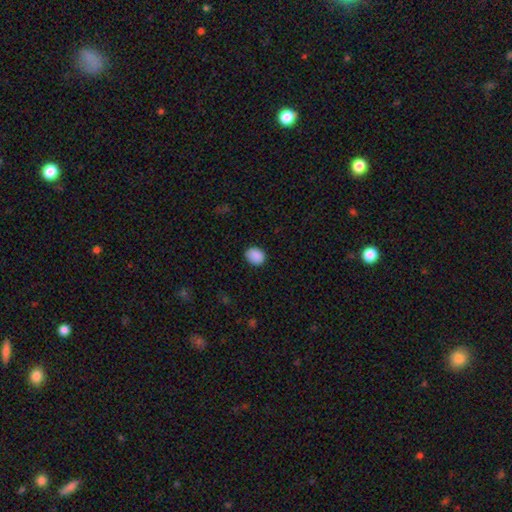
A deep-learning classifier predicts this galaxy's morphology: Smooth or featured? Predicted: smooth (p=0.90). How rounded? Predicted: in between (p=0.51). Merging? Predicted: none (p=0.86).